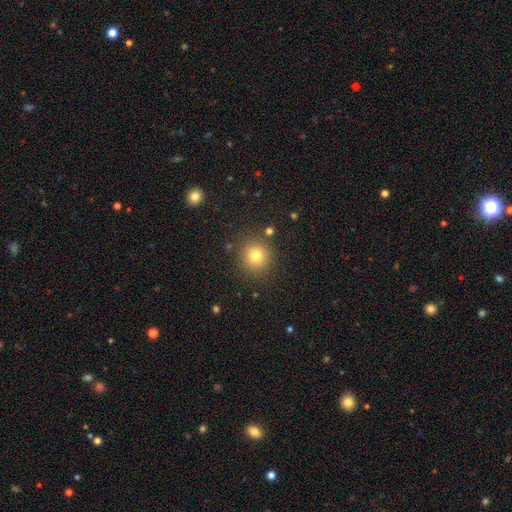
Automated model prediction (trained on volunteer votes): Morphology: type=smooth (78%); roundness=round (92%); merging=none (87%).